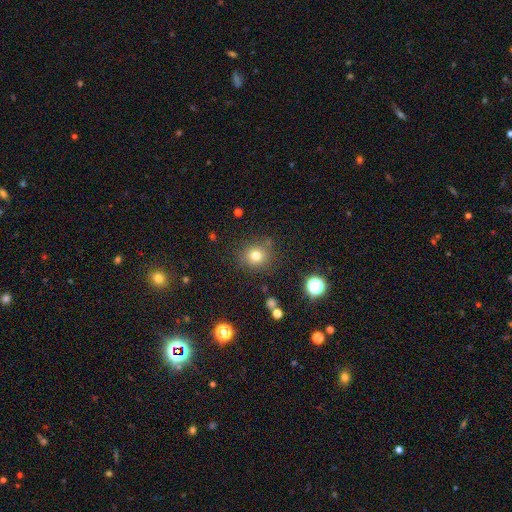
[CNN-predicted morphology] smooth-or-featured: smooth: 76% | star or artifact: 16% | featured or disk: 8%
  how-rounded: round: 87% | in between: 12% | cigar-shaped: 1%
  merging: none: 83% | minor disturbance: 10% | major disturbance: 4% | merger: 4%